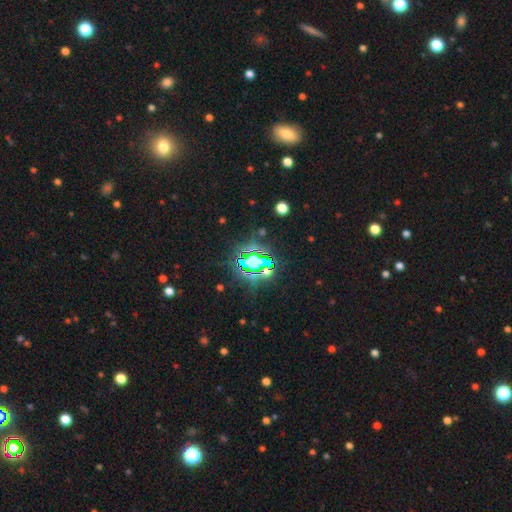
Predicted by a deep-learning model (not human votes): This appears to be a star or artifact, not a galaxy (82%).